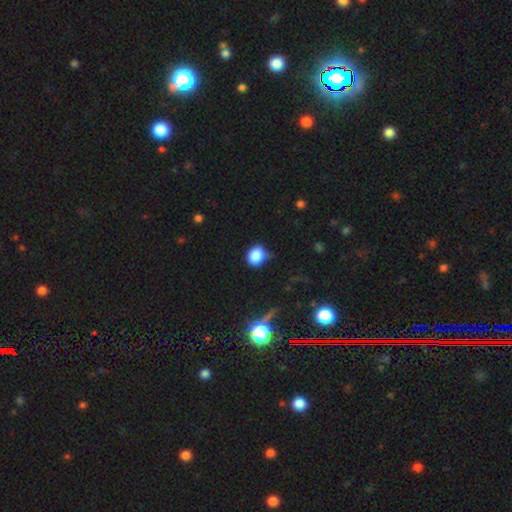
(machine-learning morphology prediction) Smooth or featured?
  - smooth: 83% *
  - star or artifact: 11%
  - featured or disk: 6%
How rounded?
  - round: 53% *
  - in between: 45%
  - cigar-shaped: 1%
Merging?
  - none: 61% *
  - minor disturbance: 30%
  - major disturbance: 6%
  - merger: 3%